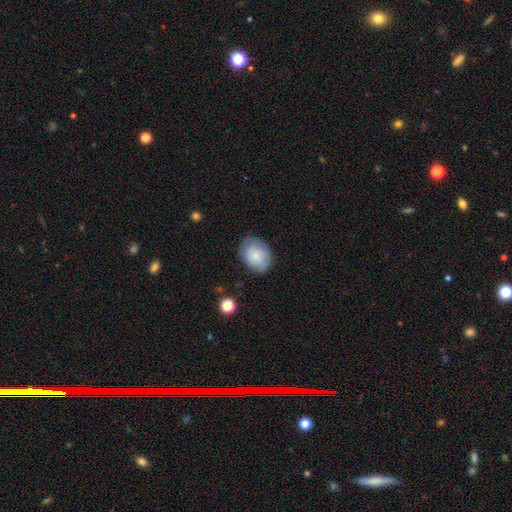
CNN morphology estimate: The model was most divided on "how rounded": in between: 63%, round: 36%, cigar-shaped: 1%. More confident: merging — none (75%); smooth or featured — smooth (74%).